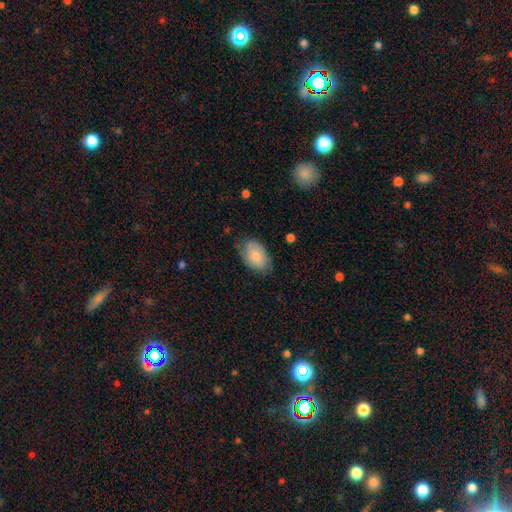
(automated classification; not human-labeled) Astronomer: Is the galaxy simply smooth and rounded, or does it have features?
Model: smooth — 74%.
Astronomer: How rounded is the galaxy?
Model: in between — 92%.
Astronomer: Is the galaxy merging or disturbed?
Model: none — 67%.